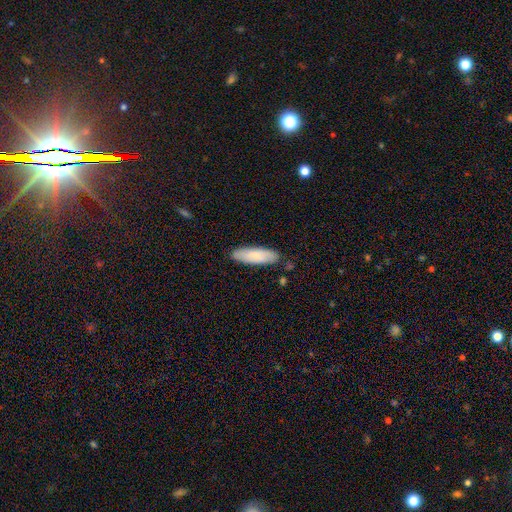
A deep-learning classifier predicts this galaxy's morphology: Overall: smooth (81%). How rounded: cigar-shaped (50%; in between 48%). Merging: none (85%).